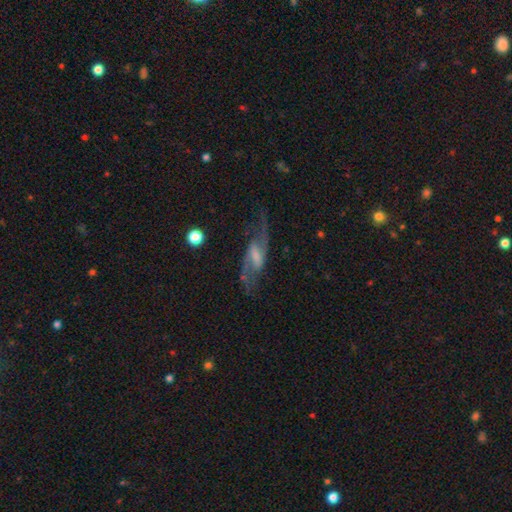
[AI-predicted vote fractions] Smooth or featured?
  - featured or disk: 84% *
  - smooth: 9%
  - star or artifact: 7%
Edge-on disk?
  - no: 90% *
  - yes: 10%
Bar?
  - weak: 49% *
  - strong: 37%
  - no: 14%
Spiral arms?
  - yes: 95% *
  - no: 5%
Spiral winding?
  - loose: 55% *
  - medium: 37%
  - tight: 8%
Spiral arm count?
  - 2: 91% *
  - can't tell: 4%
  - 1: 2%
  - 3: 1%
  - 4: 1%
  - more than 4: 1%
Bulge size?
  - small: 33% *
  - none: 30%
  - moderate: 29%
  - large: 7%
  - dominant: 1%
Merging?
  - none: 72% *
  - minor disturbance: 15%
  - major disturbance: 11%
  - merger: 2%